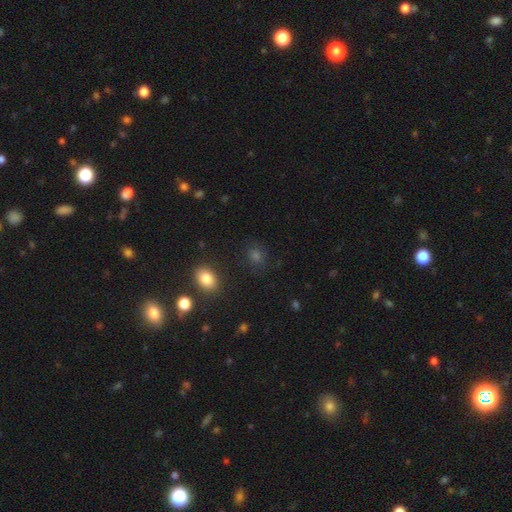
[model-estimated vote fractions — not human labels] Smooth or featured? smooth (69%)
How rounded? round (65%)
Merging? none (84%)